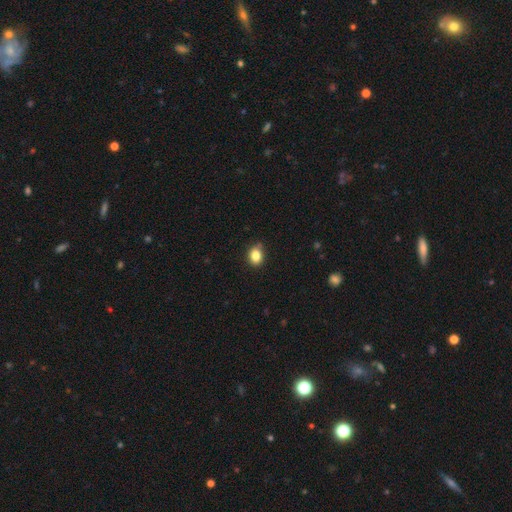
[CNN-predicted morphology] Smooth or featured: smooth — 84% (star or artifact — 11%)
How rounded: in between — 50% (round — 49%)
Merging: none — 73% (minor disturbance — 21%)